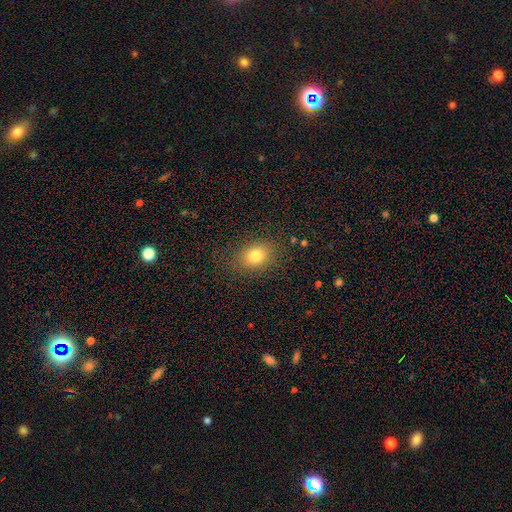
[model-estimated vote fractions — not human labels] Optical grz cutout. It shows a smooth galaxy with no disk features (79%) that is in between round and cigar-shaped (58%). Merging: none (83%).